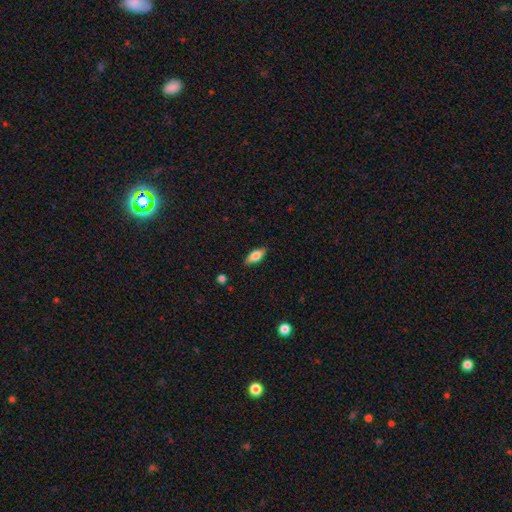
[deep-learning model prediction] Smooth or featured?
  - smooth: 71% *
  - featured or disk: 22%
  - star or artifact: 7%
How rounded?
  - in between: 73% *
  - cigar-shaped: 24%
  - round: 3%
Merging?
  - none: 86% *
  - minor disturbance: 11%
  - major disturbance: 2%
  - merger: 1%